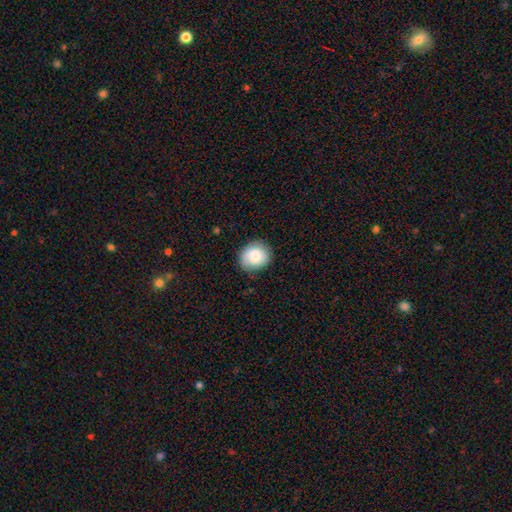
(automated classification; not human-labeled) Smooth or featured: smooth — 78% (featured or disk — 15%)
How rounded: round — 74% (in between — 25%)
Merging: none — 81% (minor disturbance — 15%)